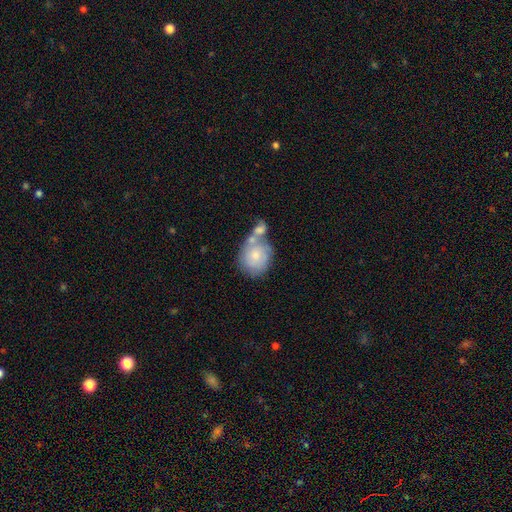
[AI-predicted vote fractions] Smooth or featured: smooth — 63% (featured or disk — 31%)
How rounded: round — 70% (in between — 29%)
Merging: merger — 46% (none — 30%)